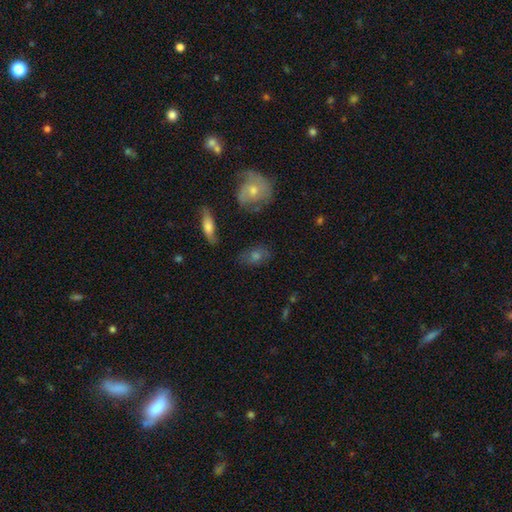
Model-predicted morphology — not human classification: smooth_or_featured: smooth (p=0.53) [alt: featured or disk p=0.29]
how_rounded: in between (p=0.71) [alt: round p=0.24]
merging: none (p=0.71) [alt: minor disturbance p=0.17]